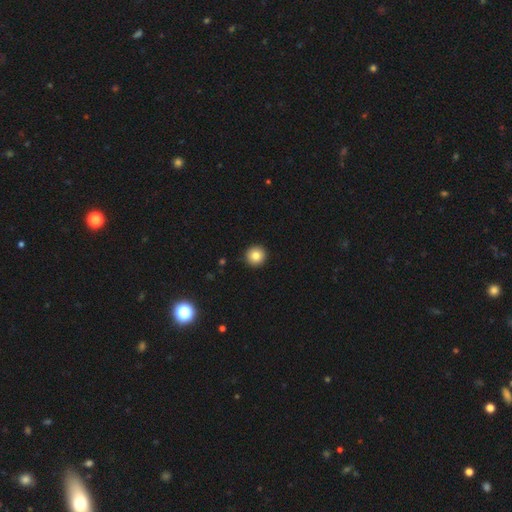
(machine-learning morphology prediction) Q: Smooth or featured?
A: smooth (83%); runner-up: star or artifact (10%)
Q: How rounded?
A: round (96%); runner-up: in between (3%)
Q: Merging?
A: none (93%); runner-up: minor disturbance (4%)